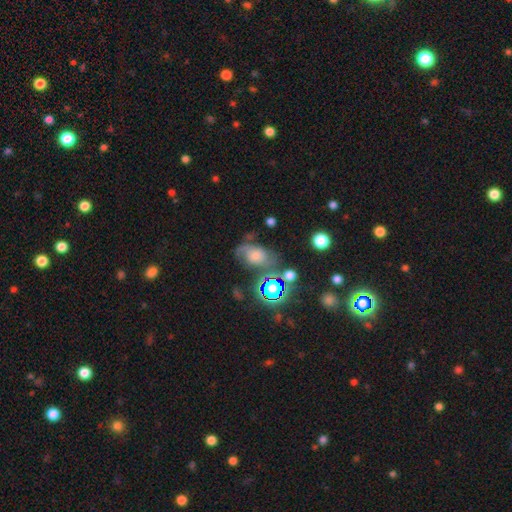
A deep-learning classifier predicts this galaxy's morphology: The model was most divided on "smooth or featured": featured or disk: 42%, smooth: 31%, star or artifact: 27%. More confident: merging — none (55%).